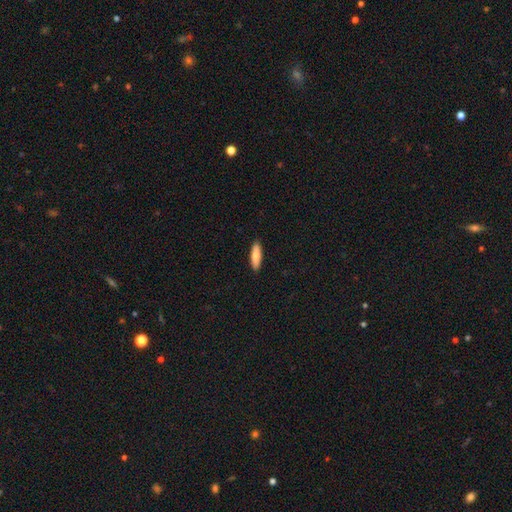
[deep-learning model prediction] Overall: smooth (79%). How rounded: cigar-shaped (63%; in between 36%). Merging: none (91%).